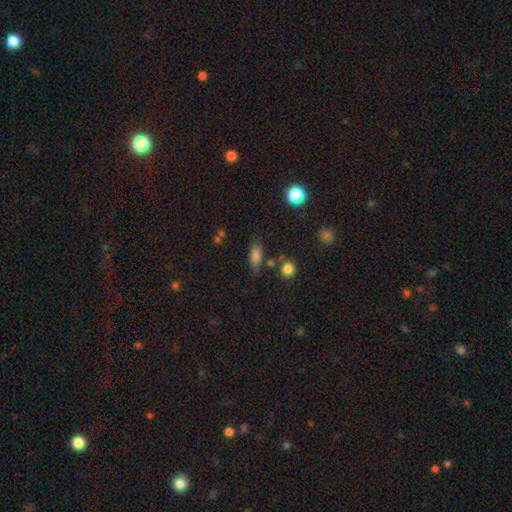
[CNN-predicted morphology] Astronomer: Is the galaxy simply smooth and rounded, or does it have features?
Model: smooth — 77%.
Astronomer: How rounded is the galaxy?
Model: in between — 70%.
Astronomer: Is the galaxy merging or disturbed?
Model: none — 74%.